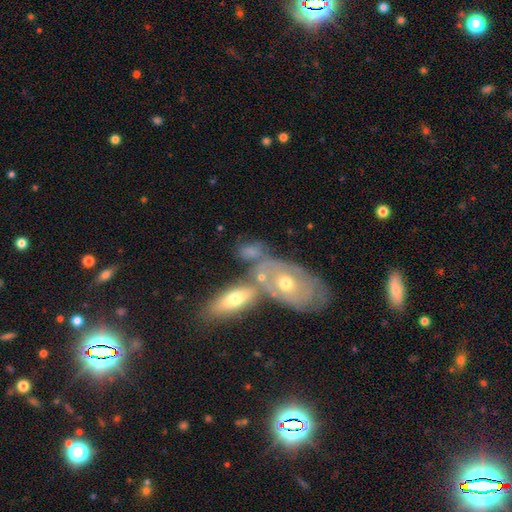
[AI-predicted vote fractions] A featured or disk galaxy (56%). Merging: none (43%).